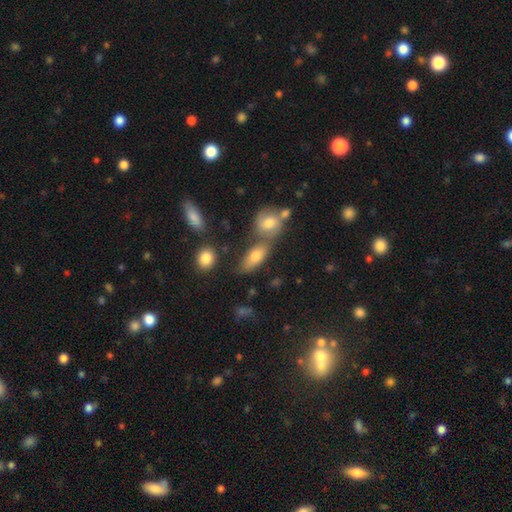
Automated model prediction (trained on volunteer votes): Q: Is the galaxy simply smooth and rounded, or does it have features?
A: smooth — 72%.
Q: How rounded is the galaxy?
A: in between — 78%.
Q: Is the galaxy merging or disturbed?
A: none — 48%.